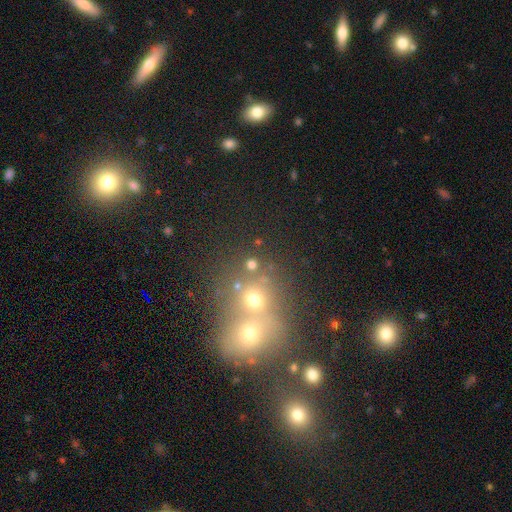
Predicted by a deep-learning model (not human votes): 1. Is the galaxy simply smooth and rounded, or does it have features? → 49% smooth, 31% star or artifact, 20% featured or disk.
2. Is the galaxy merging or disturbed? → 52% merger, 37% none, 7% minor disturbance, 4% major disturbance.